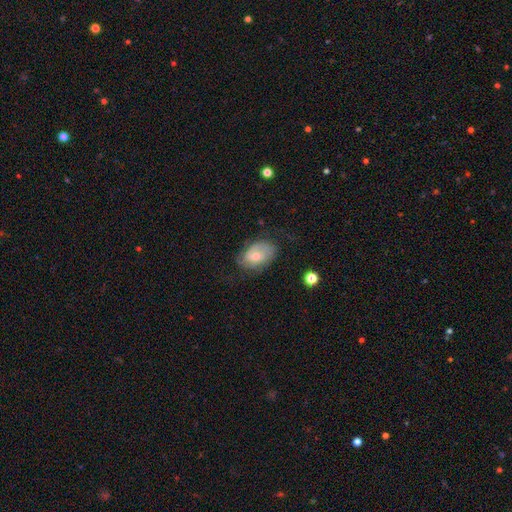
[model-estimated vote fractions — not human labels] The model was most divided on "smooth or featured": featured or disk: 48%, smooth: 44%, star or artifact: 8%. More confident: merging — none (58%).